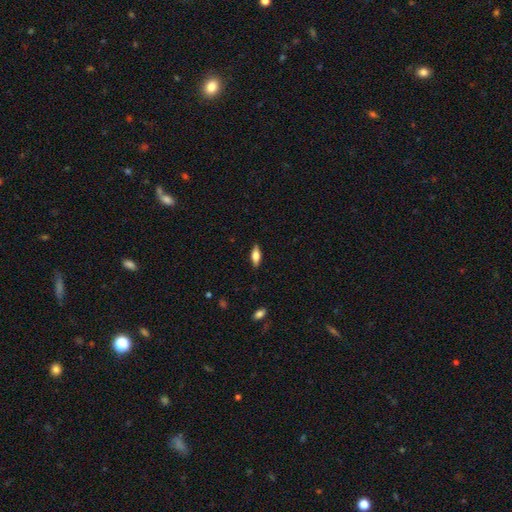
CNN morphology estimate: Smooth or featured? smooth (61%)
How rounded? in between (69%)
Merging? none (87%)